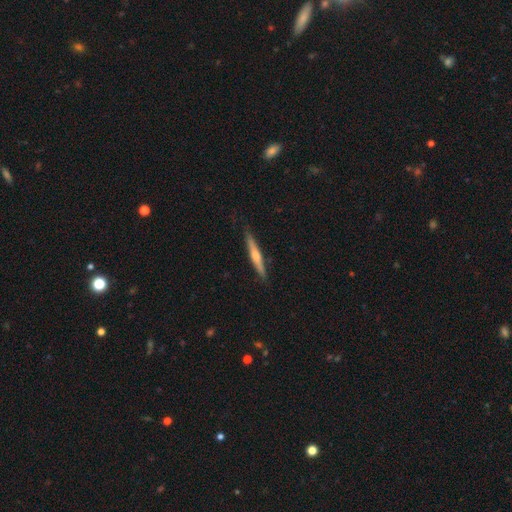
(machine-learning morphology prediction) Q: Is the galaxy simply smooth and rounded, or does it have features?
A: featured or disk — 53%.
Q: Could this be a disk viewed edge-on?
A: yes — 97%.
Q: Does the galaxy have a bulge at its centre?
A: rounded — 73%.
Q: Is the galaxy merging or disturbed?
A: none — 86%.